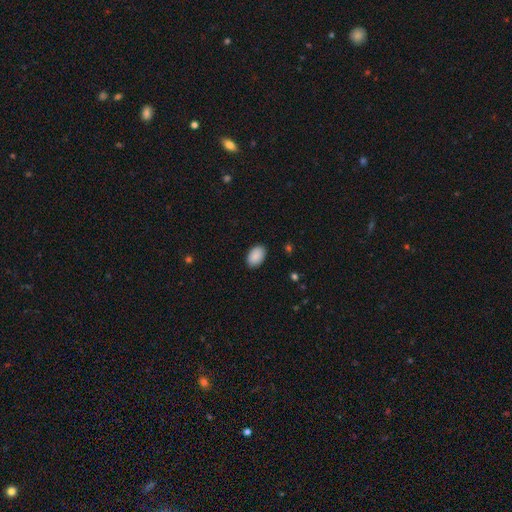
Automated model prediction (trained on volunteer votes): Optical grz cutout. It shows a smooth galaxy with no disk features (90%) that is in between round and cigar-shaped (91%). Merging: none (87%).